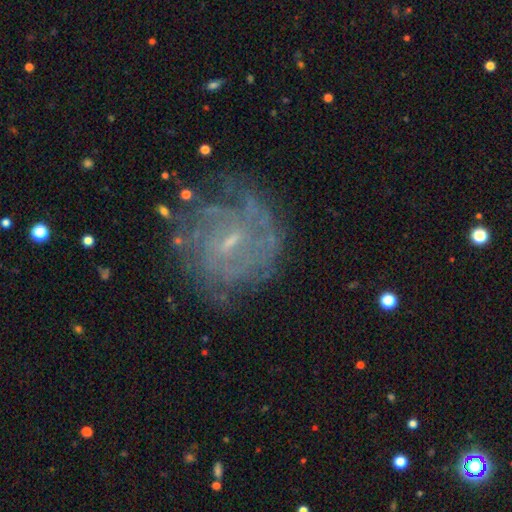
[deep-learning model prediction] smooth_or_featured: featured or disk (p=0.71) [alt: star or artifact p=0.15]
disk_edge_on: no (p=0.97) [alt: yes p=0.03]
bar: weak (p=0.53) [alt: no p=0.34]
has_spiral_arms: yes (p=0.85) [alt: no p=0.15]
spiral_winding: tight (p=0.59) [alt: medium p=0.30]
spiral_arm_count: can't tell (p=0.49) [alt: 2 p=0.17]
bulge_size: small (p=0.74) [alt: moderate p=0.15]
merging: none (p=0.74) [alt: minor disturbance p=0.15]